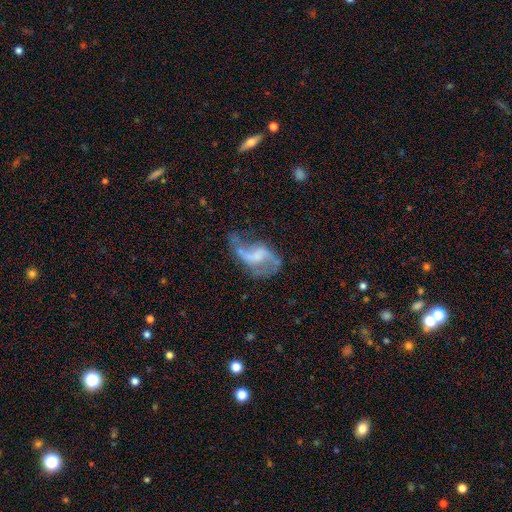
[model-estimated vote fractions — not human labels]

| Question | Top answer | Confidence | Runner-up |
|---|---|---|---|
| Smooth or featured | featured or disk | 81% | smooth (11%) |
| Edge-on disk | no | 97% | yes (3%) |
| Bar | weak | 47% | no (37%) |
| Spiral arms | yes | 89% | no (11%) |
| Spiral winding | loose | 75% | medium (21%) |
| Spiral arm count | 2 | 85% | 1 (7%) |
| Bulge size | none | 40% | small (34%) |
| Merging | none | 46% | major disturbance (26%) |